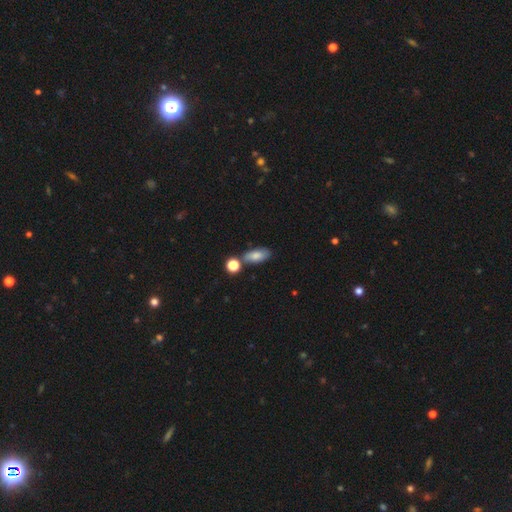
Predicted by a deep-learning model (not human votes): smooth 78%, featured or disk 13%, star or artifact 9%. Down the decision tree: how rounded — in between (82%); merging — none (65%).